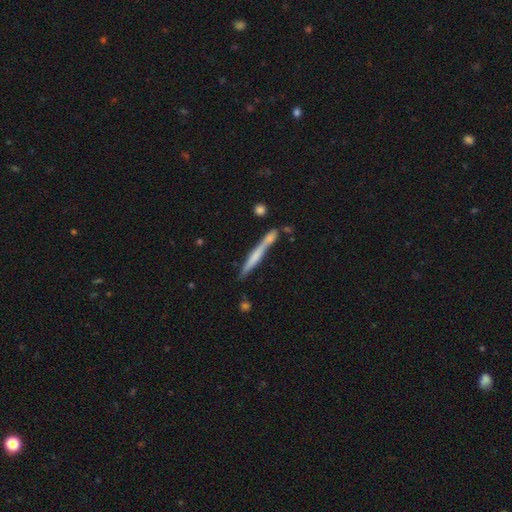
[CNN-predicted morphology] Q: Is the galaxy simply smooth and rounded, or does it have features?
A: featured or disk — 49%.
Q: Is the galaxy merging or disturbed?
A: none — 65%.